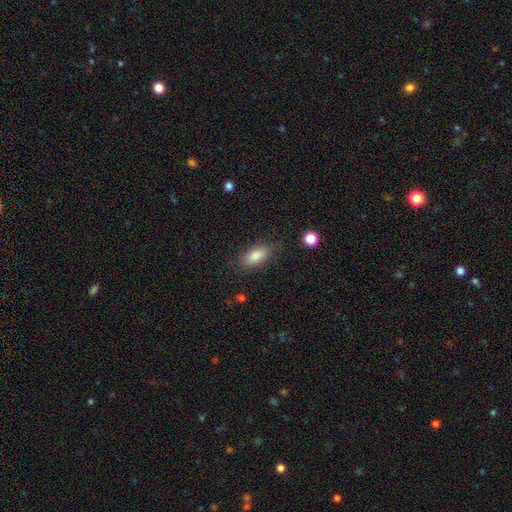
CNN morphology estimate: smooth-or-featured: smooth: 83% | featured or disk: 9% | star or artifact: 8%
  how-rounded: in between: 88% | cigar-shaped: 8% | round: 4%
  merging: none: 80% | minor disturbance: 14% | major disturbance: 4% | merger: 2%